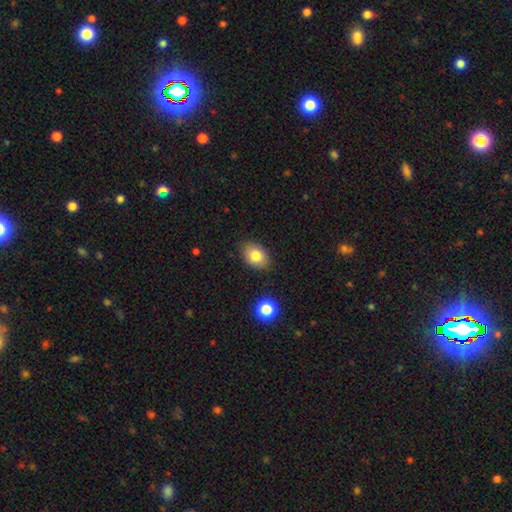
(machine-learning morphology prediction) smooth 81%, featured or disk 10%, star or artifact 9%. Down the decision tree: how rounded — in between (75%); merging — none (84%).